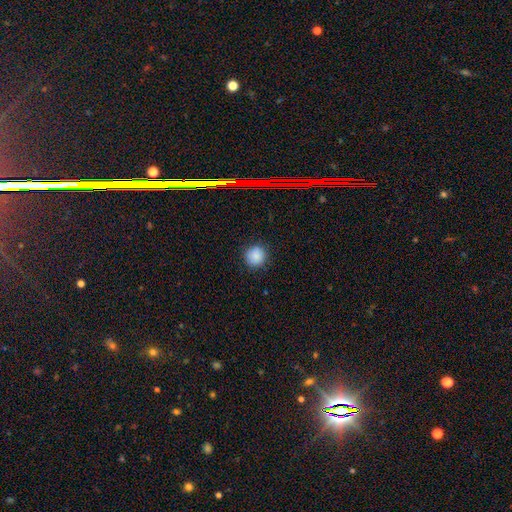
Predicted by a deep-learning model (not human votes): smooth_or_featured: smooth (p=0.85) [alt: star or artifact p=0.11]
how_rounded: round (p=0.91) [alt: in between p=0.08]
merging: none (p=0.88) [alt: minor disturbance p=0.09]